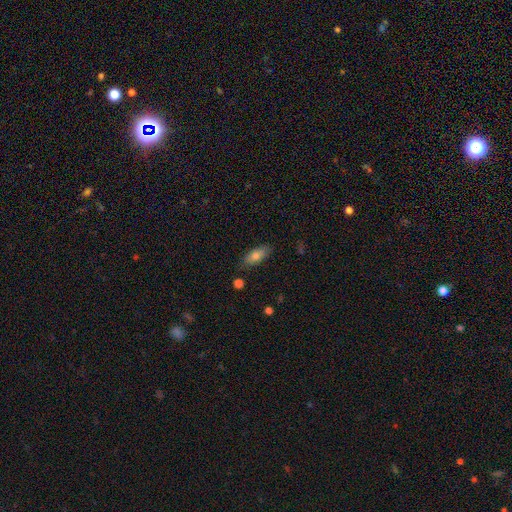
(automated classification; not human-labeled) Smooth or featured? Predicted: smooth (p=0.78). How rounded? Predicted: in between (p=0.76). Merging? Predicted: none (p=0.83).